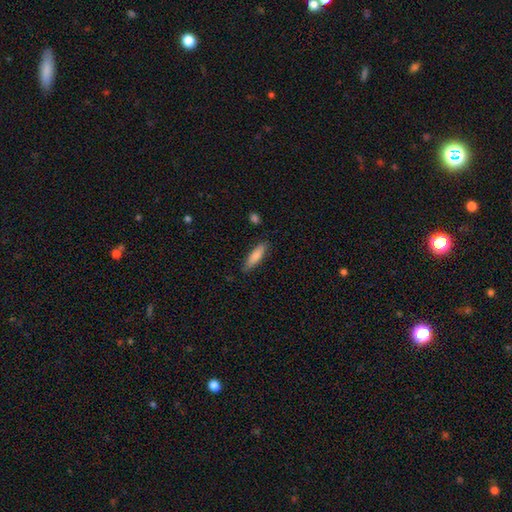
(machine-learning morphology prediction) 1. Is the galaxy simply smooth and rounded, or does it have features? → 80% smooth, 14% featured or disk, 6% star or artifact.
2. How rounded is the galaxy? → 65% cigar-shaped, 34% in between, 2% round.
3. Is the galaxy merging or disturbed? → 84% none, 12% minor disturbance, 2% major disturbance, 2% merger.